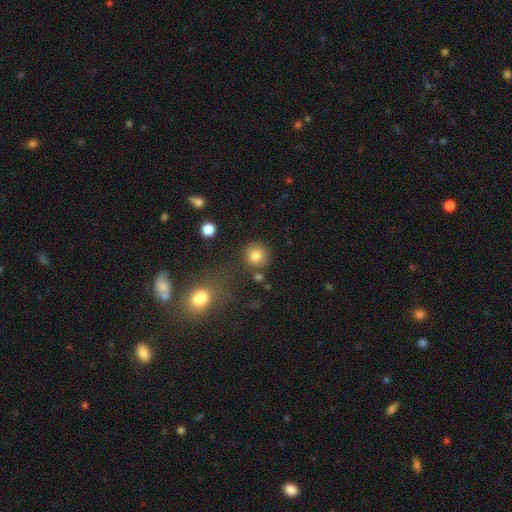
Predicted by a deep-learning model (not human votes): smooth-or-featured: smooth: 82% | star or artifact: 12% | featured or disk: 7%
  how-rounded: round: 91% | in between: 8% | cigar-shaped: 1%
  merging: none: 83% | minor disturbance: 8% | merger: 6% | major disturbance: 3%